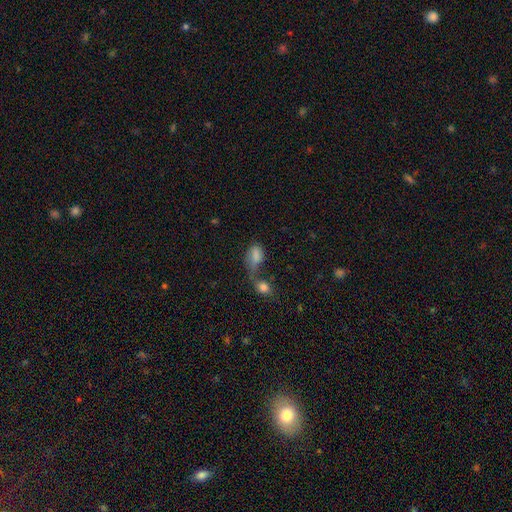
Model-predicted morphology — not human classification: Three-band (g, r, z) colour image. It shows a smooth galaxy with no disk features (76%) that is in between round and cigar-shaped (84%). Merging: merger (51%).